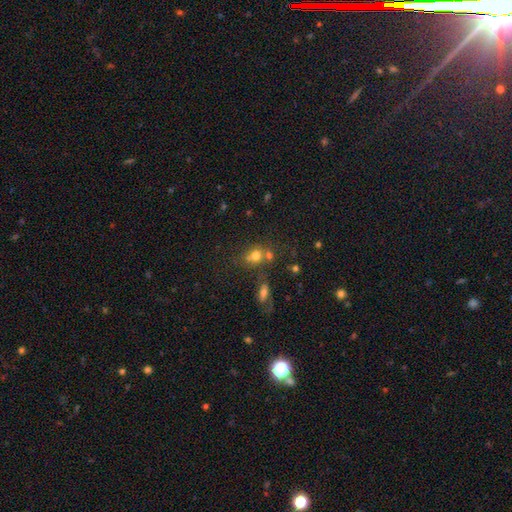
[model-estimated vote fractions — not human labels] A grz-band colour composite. It shows a smooth galaxy with no disk features (70%) that is round (63%). Merging: none (44%).